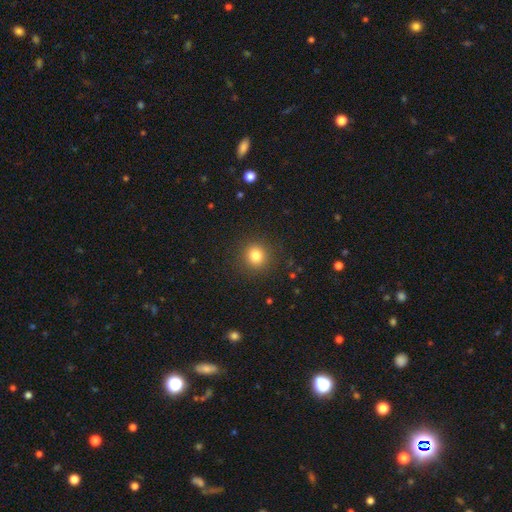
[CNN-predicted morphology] This is clearly a smooth galaxy (81%). How rounded: clearly round (91%). Merging: clearly none (90%).